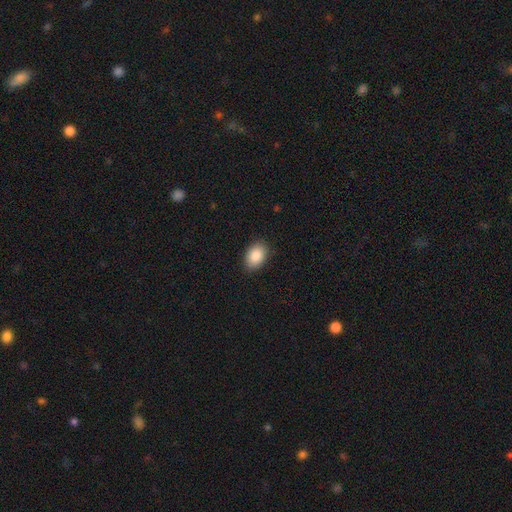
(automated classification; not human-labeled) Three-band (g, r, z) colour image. It shows a smooth galaxy with no disk features (88%) that is in between round and cigar-shaped (86%). Merging: none (87%).